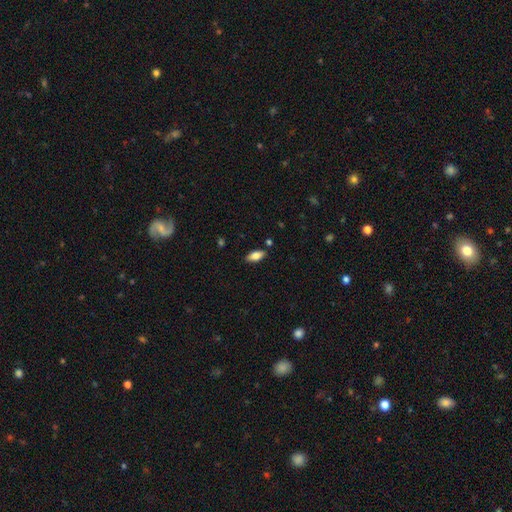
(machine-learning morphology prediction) A smooth galaxy with no disk features (79%) that is in between round and cigar-shaped (87%).

Vote fractions:
- Smooth or featured? smooth: 79% / featured or disk: 14% / star or artifact: 7%
- How rounded? in between: 87% / cigar-shaped: 11% / round: 2%
- Merging? none: 86% / minor disturbance: 10% / merger: 2% / major disturbance: 2%